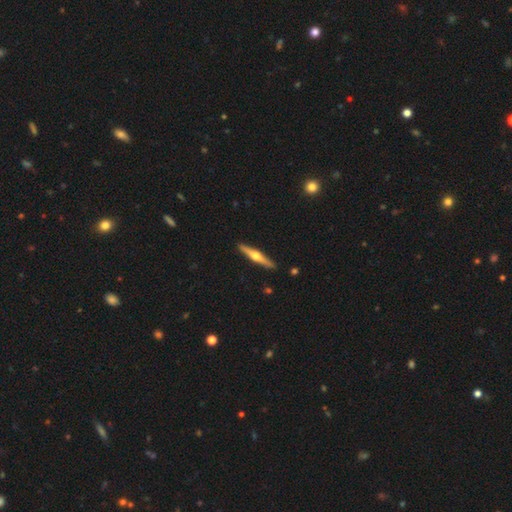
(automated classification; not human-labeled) The model was most divided on "smooth or featured": featured or disk: 69%, smooth: 27%, star or artifact: 5%. More confident: edge-on disk — yes (98%); edge-on bulge — rounded (95%); merging — none (92%).